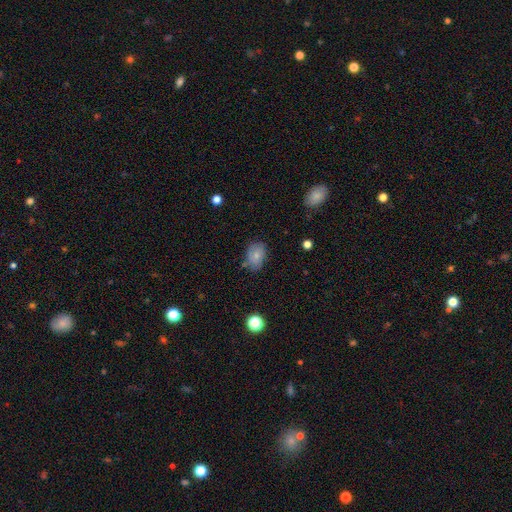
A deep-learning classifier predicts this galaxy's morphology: smooth-or-featured: smooth: 74% | featured or disk: 17% | star or artifact: 9%
  how-rounded: in between: 79% | round: 20% | cigar-shaped: 1%
  merging: none: 71% | minor disturbance: 21% | major disturbance: 5% | merger: 3%